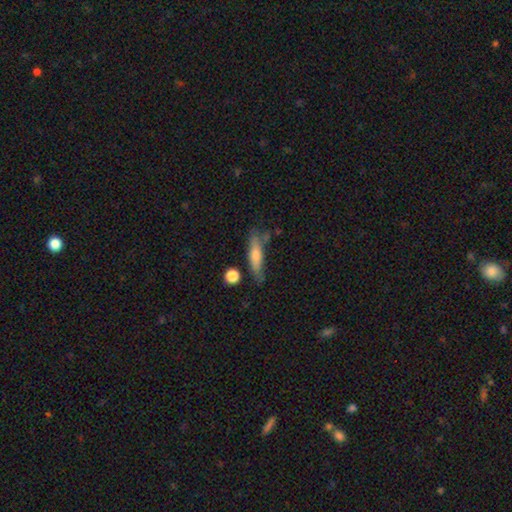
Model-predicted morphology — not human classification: A smooth galaxy with no disk features (66%) that is cigar-shaped (72%). Merging: none (63%).